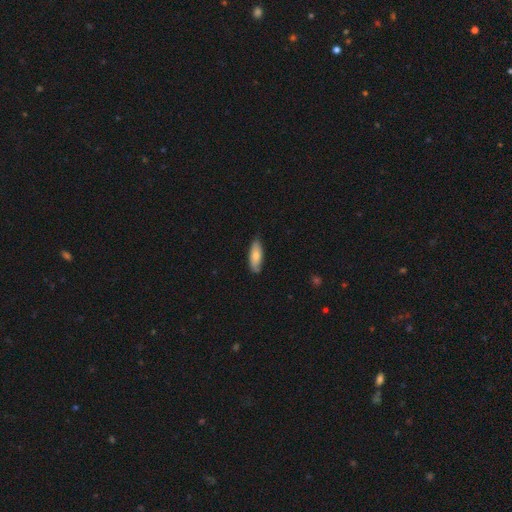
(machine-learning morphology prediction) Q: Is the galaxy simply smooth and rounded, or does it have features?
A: smooth — 75%.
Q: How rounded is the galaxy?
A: in between — 66%.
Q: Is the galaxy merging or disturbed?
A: none — 78%.